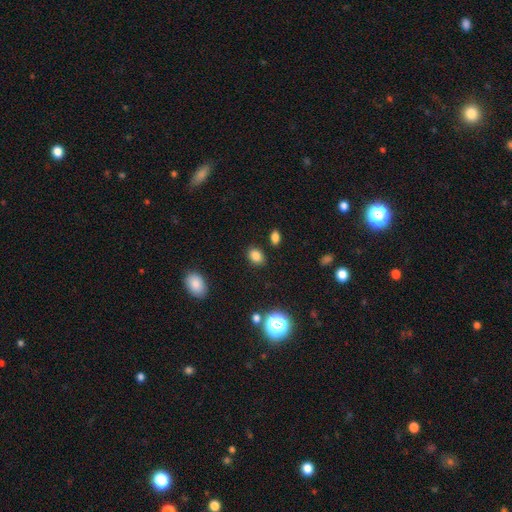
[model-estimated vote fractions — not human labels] smooth 82%, star or artifact 13%, featured or disk 5%. Down the decision tree: how rounded — in between (68%); merging — none (84%).